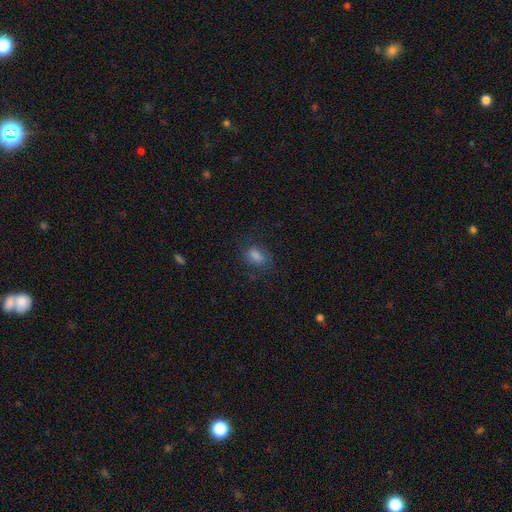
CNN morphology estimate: Smooth or featured?
  - smooth: 74% *
  - star or artifact: 14%
  - featured or disk: 12%
How rounded?
  - in between: 80% *
  - round: 17%
  - cigar-shaped: 3%
Merging?
  - none: 69% *
  - minor disturbance: 19%
  - major disturbance: 11%
  - merger: 2%